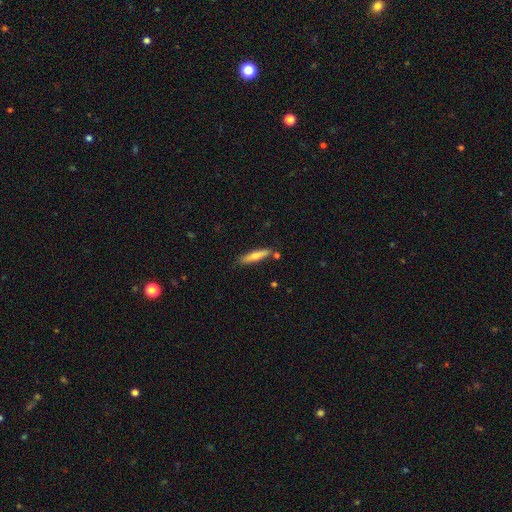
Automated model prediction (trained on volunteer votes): The model was most divided on "smooth or featured": smooth: 62%, featured or disk: 32%, star or artifact: 6%. More confident: how rounded — cigar-shaped (87%); merging — none (80%).